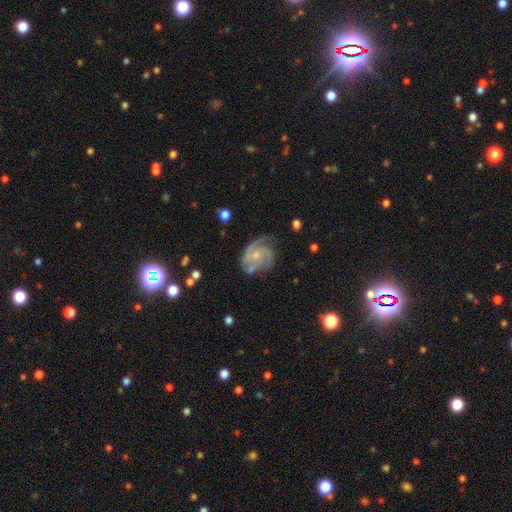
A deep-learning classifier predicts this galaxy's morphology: Smooth or featured? featured or disk (83%)
Edge-on disk? no (98%)
Bar? no (72%)
Spiral arms? yes (94%)
Spiral winding? tight (45%)
Spiral arm count? 3 (39%)
Bulge size? small (59%)
Merging? none (58%)